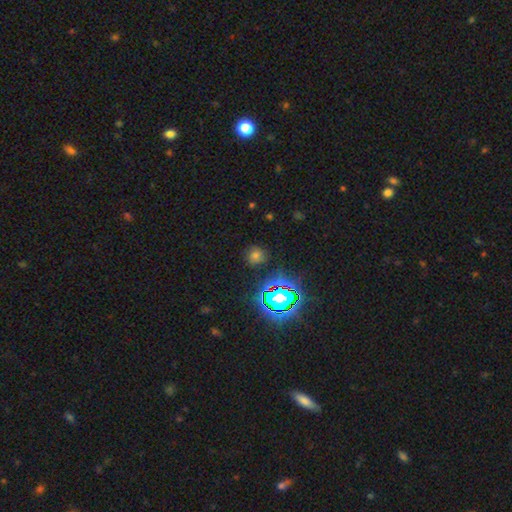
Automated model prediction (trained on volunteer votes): smooth-or-featured: smooth: 59% | star or artifact: 32% | featured or disk: 9%
  how-rounded: round: 82% | in between: 16% | cigar-shaped: 1%
  merging: none: 82% | minor disturbance: 11% | major disturbance: 4% | merger: 3%